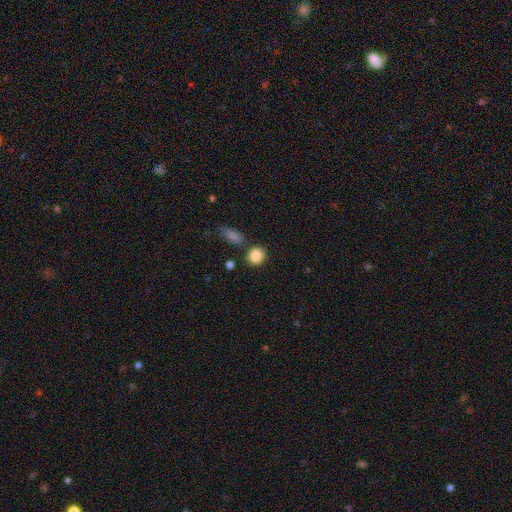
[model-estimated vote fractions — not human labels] smooth 86%, star or artifact 8%, featured or disk 6%. Down the decision tree: how rounded — round (74%); merging — none (74%).